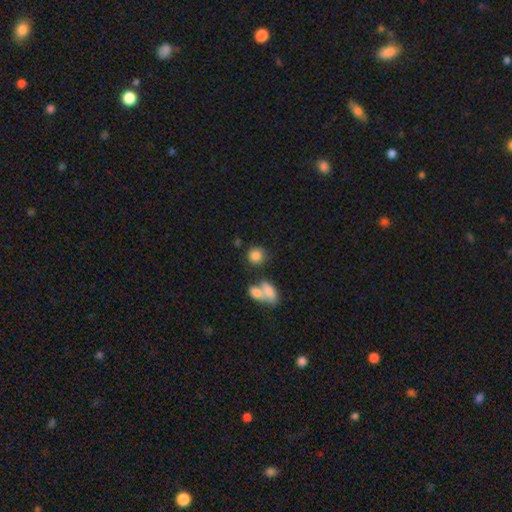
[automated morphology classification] A smooth galaxy with no disk features (82%) that is round (78%). Merging: none (61%).